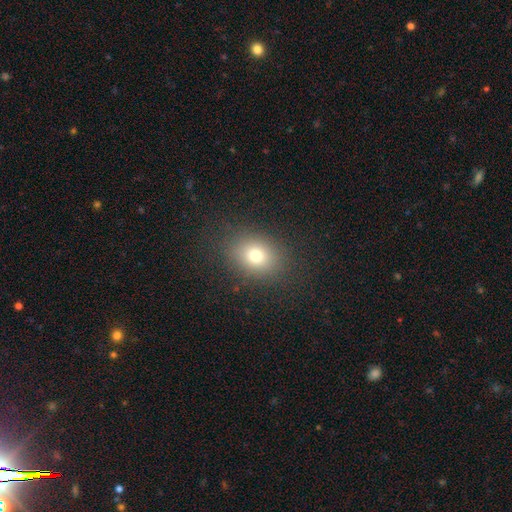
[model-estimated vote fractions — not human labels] Smooth or featured: smooth — 75% (star or artifact — 15%)
How rounded: round — 50% (in between — 49%)
Merging: none — 86% (minor disturbance — 9%)